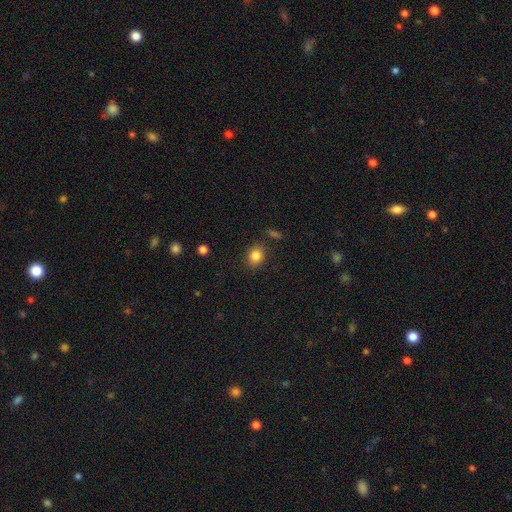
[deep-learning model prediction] This is clearly a smooth galaxy (83%). How rounded: likely round (61%). Merging: clearly none (85%).